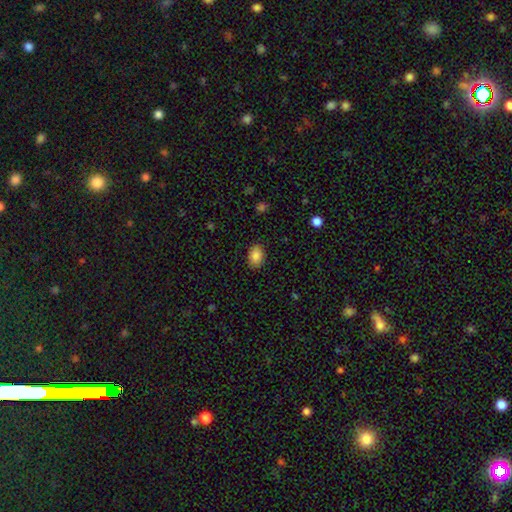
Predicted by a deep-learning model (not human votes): smooth-or-featured: smooth: 87% | star or artifact: 8% | featured or disk: 5%
  how-rounded: in between: 79% | round: 20% | cigar-shaped: 1%
  merging: none: 87% | minor disturbance: 10% | major disturbance: 2% | merger: 1%